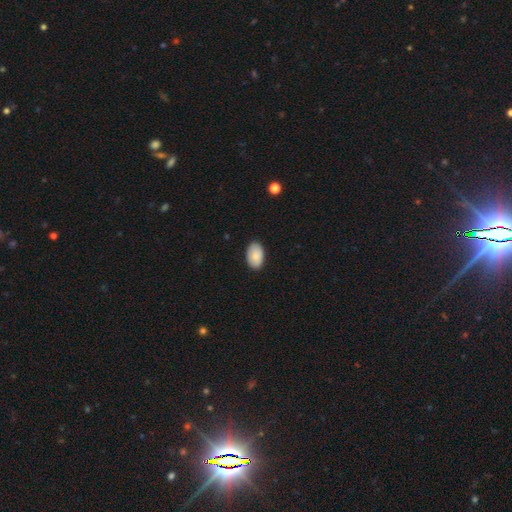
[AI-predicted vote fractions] The model was most divided on "smooth or featured": smooth: 84%, featured or disk: 9%, star or artifact: 6%. More confident: how rounded — in between (92%); merging — none (87%).